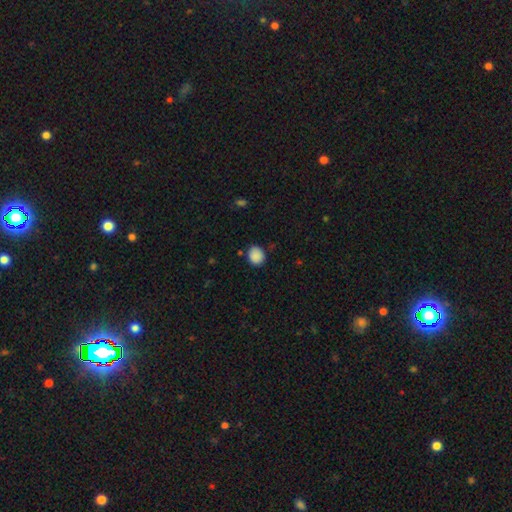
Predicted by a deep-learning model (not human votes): Overall: smooth (88%). How rounded: round (67%; in between 32%). Merging: none (81%).